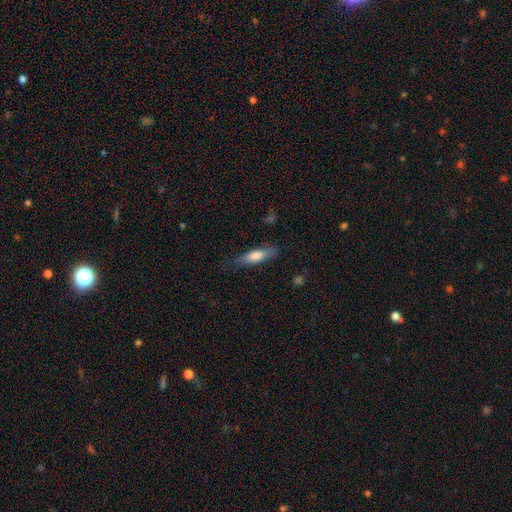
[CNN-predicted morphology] Overall: smooth (71%). How rounded: cigar-shaped (60%; in between 38%). Merging: none (77%).